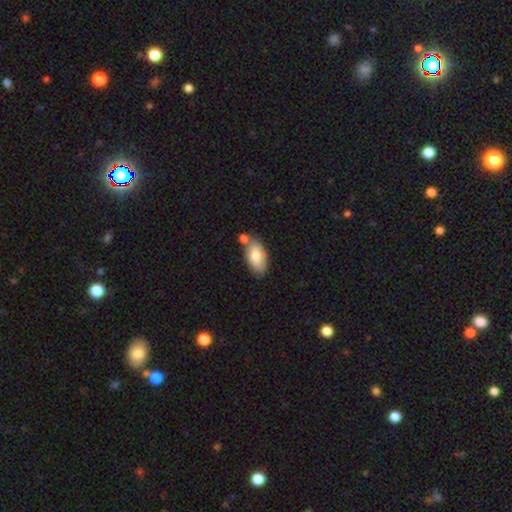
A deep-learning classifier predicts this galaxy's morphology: Smooth or featured? Predicted: smooth (p=0.79). How rounded? Predicted: in between (p=0.93). Merging? Predicted: none (p=0.60).